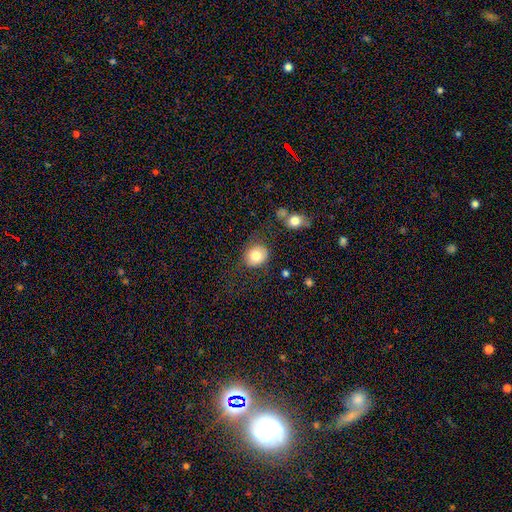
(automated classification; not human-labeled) Q: Smooth or featured?
A: smooth (80%); runner-up: featured or disk (11%)
Q: How rounded?
A: round (73%); runner-up: in between (26%)
Q: Merging?
A: none (69%); runner-up: minor disturbance (17%)